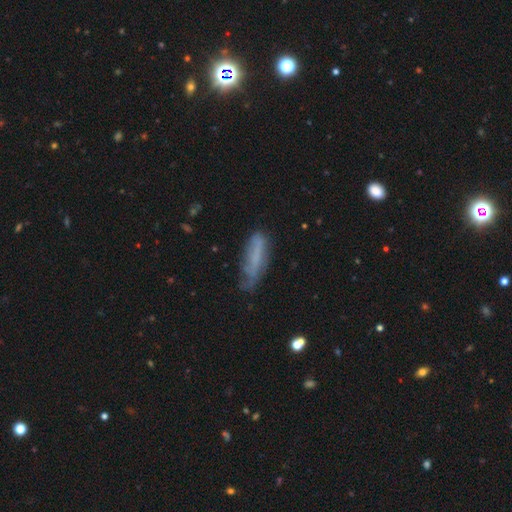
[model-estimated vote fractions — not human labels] smooth_or_featured: smooth (p=0.55) [alt: featured or disk p=0.35]
how_rounded: cigar-shaped (p=0.58) [alt: in between p=0.40]
merging: none (p=0.50) [alt: minor disturbance p=0.33]